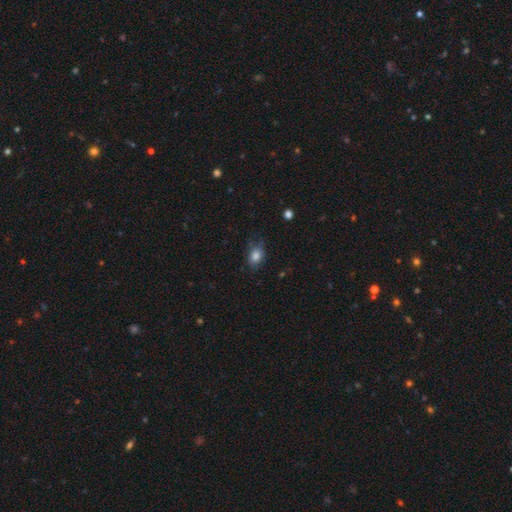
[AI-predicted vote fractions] smooth 81%, star or artifact 10%, featured or disk 9%. Down the decision tree: how rounded — in between (73%); merging — none (69%).